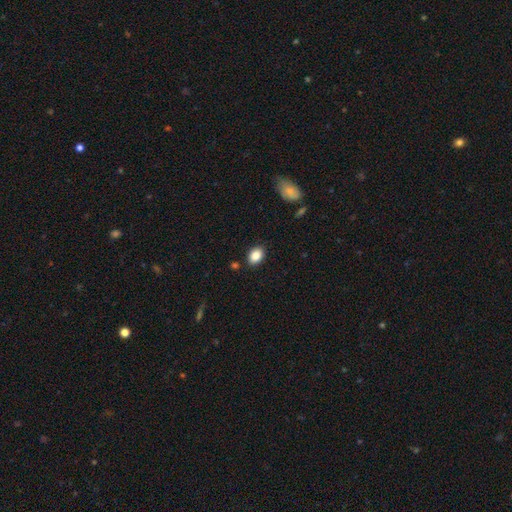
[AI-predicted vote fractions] This appears to be a smooth galaxy with no disk features (87%) that is in between round and cigar-shaped (77%). Merging: none (86%).